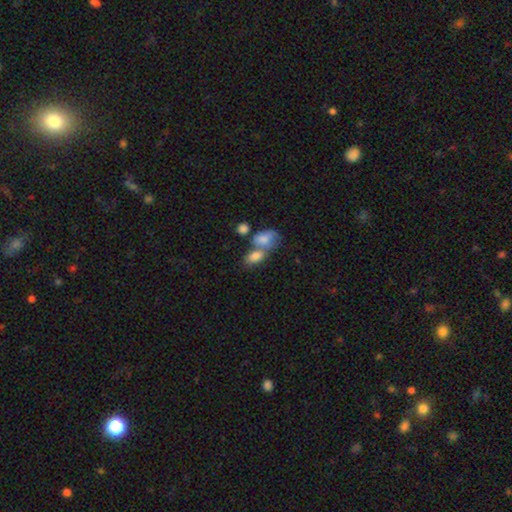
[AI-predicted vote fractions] This is likely a smooth galaxy (79%). How rounded: clearly in between (87%). Merging: possibly merger (51%).